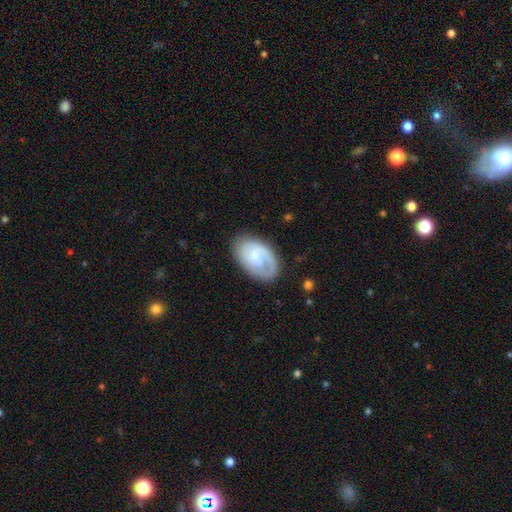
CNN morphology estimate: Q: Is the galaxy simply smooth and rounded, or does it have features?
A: featured or disk — 58%.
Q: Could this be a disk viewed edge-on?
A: no — 97%.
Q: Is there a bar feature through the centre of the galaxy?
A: no — 55%.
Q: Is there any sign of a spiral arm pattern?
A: yes — 85%.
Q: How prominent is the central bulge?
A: small — 55%.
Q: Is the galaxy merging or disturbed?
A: none — 71%.